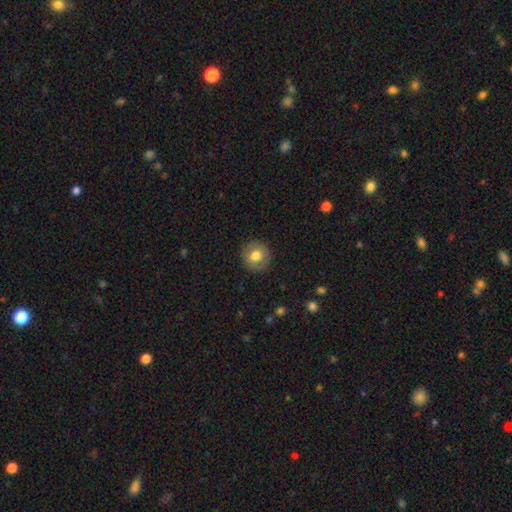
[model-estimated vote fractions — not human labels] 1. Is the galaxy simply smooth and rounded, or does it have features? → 73% smooth, 18% featured or disk, 8% star or artifact.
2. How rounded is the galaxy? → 92% round, 7% in between, 1% cigar-shaped.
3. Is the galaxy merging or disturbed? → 89% none, 8% minor disturbance, 2% major disturbance, 1% merger.